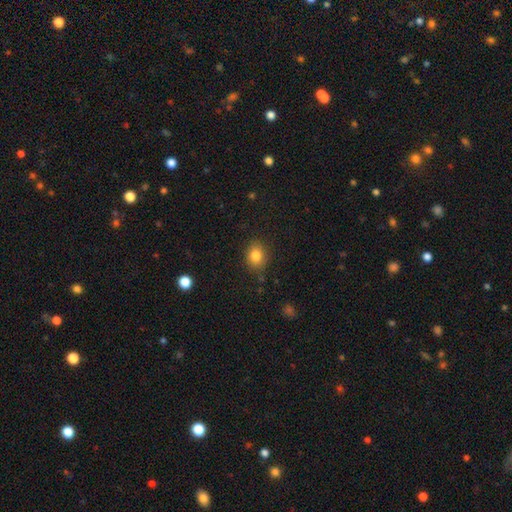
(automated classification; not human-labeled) A smooth galaxy with no disk features (82%) that is round (53%).

Vote fractions:
- Smooth or featured? smooth: 82% / star or artifact: 11% / featured or disk: 7%
- How rounded? round: 53% / in between: 46% / cigar-shaped: 1%
- Merging? none: 85% / minor disturbance: 11% / major disturbance: 3% / merger: 2%